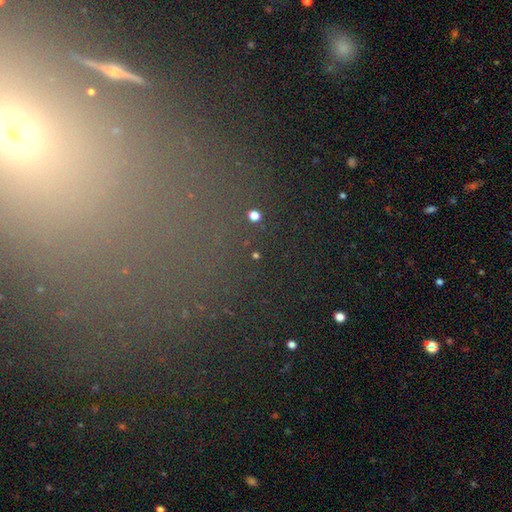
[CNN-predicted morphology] smooth_or_featured: star or artifact (p=0.71) [alt: smooth p=0.18]